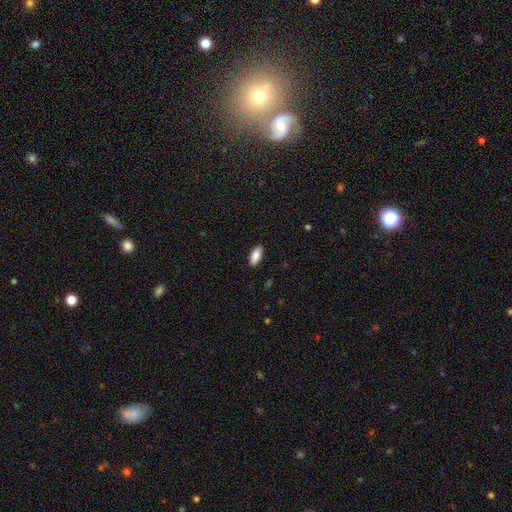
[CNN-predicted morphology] smooth 87%, featured or disk 7%, star or artifact 6%. Down the decision tree: how rounded — in between (87%); merging — none (89%).